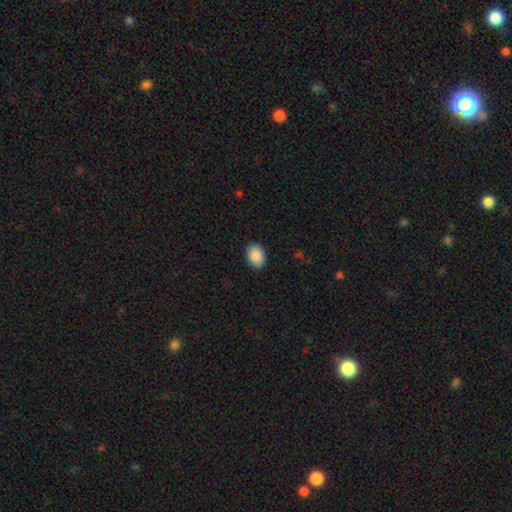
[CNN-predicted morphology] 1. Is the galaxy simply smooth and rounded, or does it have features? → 90% smooth, 7% star or artifact, 3% featured or disk.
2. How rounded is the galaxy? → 82% in between, 17% round, 1% cigar-shaped.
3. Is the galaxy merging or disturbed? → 89% none, 8% minor disturbance, 2% major disturbance, 1% merger.